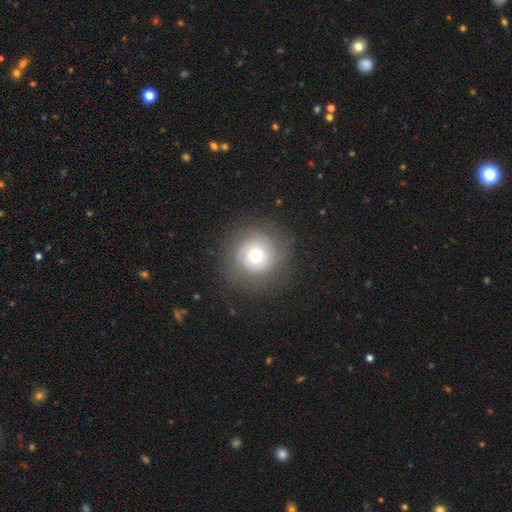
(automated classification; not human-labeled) A smooth galaxy with no disk features (55%) that is round (94%).

Vote fractions:
- Smooth or featured? smooth: 55% / featured or disk: 33% / star or artifact: 12%
- How rounded? round: 94% / in between: 5% / cigar-shaped: 1%
- Merging? none: 79% / minor disturbance: 12% / major disturbance: 7% / merger: 1%